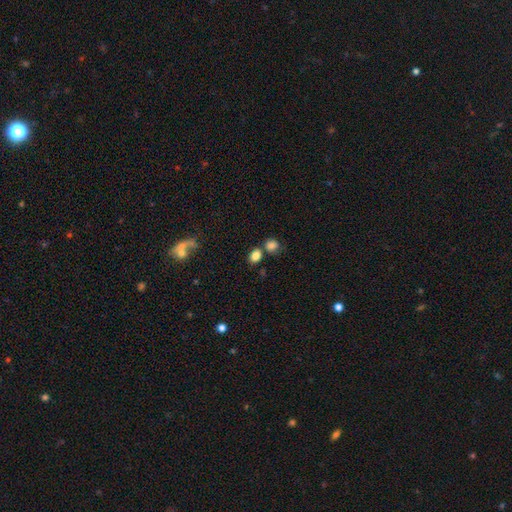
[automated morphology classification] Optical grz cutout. It shows a smooth galaxy with no disk features (82%) that is in between round and cigar-shaped (61%). Merging: none (58%).